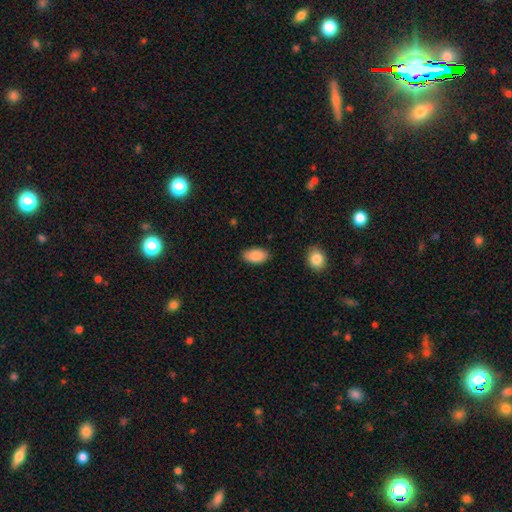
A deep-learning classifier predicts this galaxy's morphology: This is clearly a smooth galaxy (88%). How rounded: clearly in between (95%). Merging: clearly none (85%).